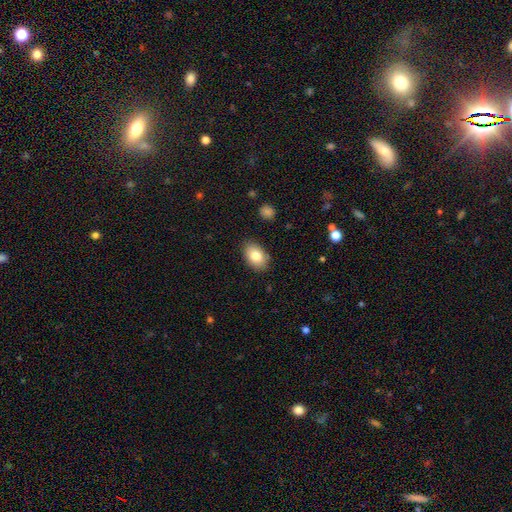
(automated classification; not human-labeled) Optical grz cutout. It shows a smooth galaxy with no disk features (81%) that is in between round and cigar-shaped (87%). Merging: none (86%).